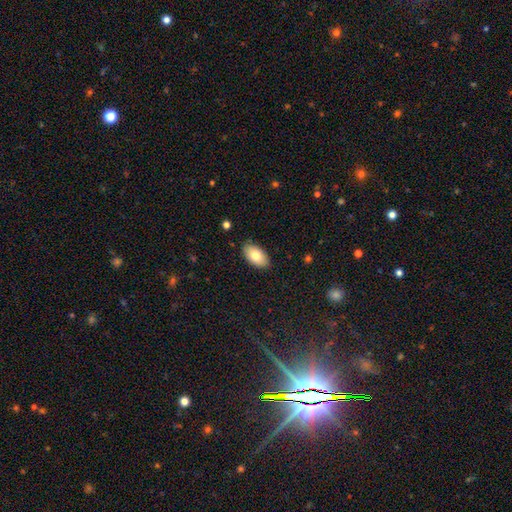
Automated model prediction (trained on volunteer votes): The model was most divided on "smooth or featured": smooth: 78%, featured or disk: 15%, star or artifact: 7%. More confident: how rounded — in between (95%); merging — none (86%).